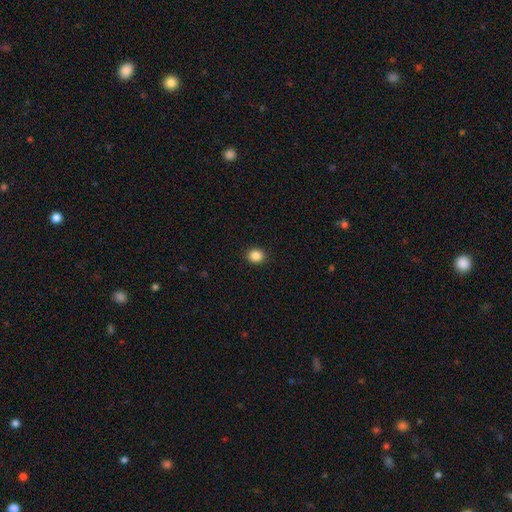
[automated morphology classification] smooth 87%, star or artifact 10%, featured or disk 3%. Down the decision tree: how rounded — round (70%); merging — none (91%).